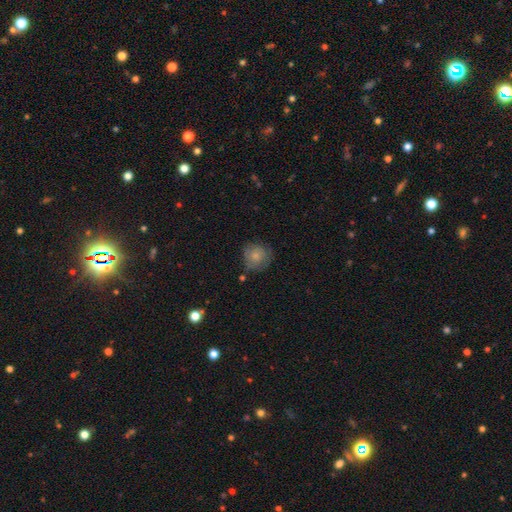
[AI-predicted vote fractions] This appears to be a smooth galaxy with no disk features (73%) that is round (88%). Merging: none (67%).